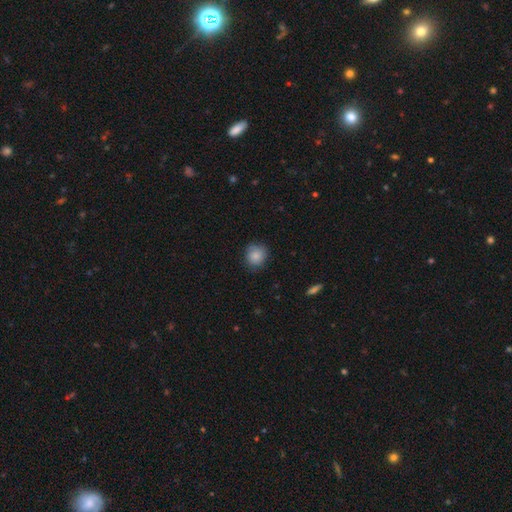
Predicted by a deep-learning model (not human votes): Smooth or featured? smooth (85%)
How rounded? round (84%)
Merging? none (80%)